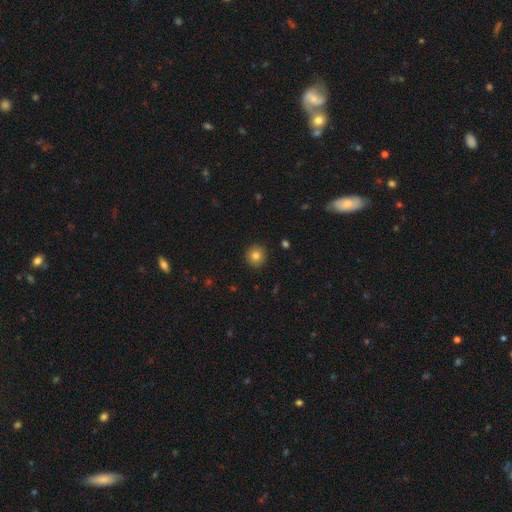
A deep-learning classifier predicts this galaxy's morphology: Smooth or featured? Predicted: smooth (p=0.82). How rounded? Predicted: round (p=0.94). Merging? Predicted: none (p=0.92).